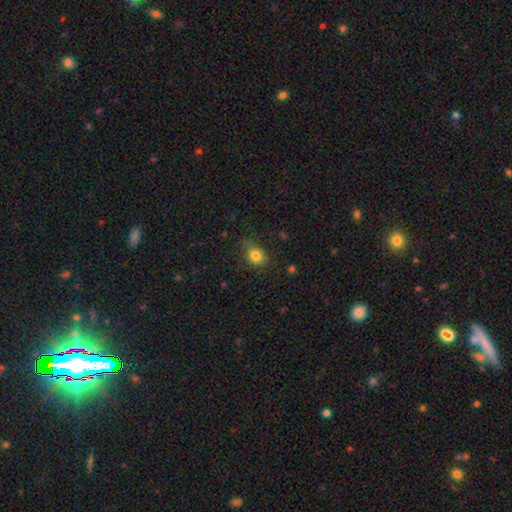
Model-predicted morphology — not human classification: smooth 81%, star or artifact 12%, featured or disk 7%. Down the decision tree: how rounded — round (59%); merging — none (68%).